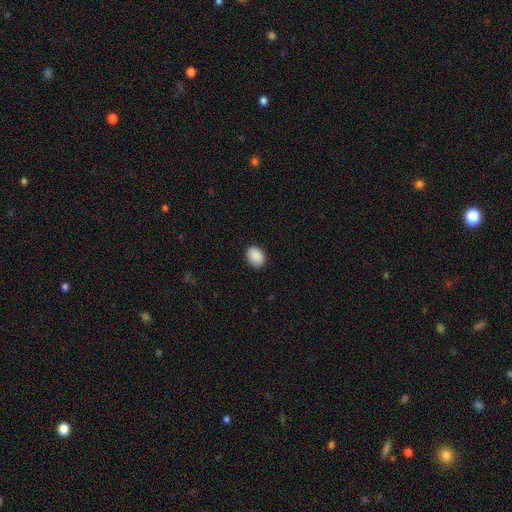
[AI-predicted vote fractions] Smooth or featured? Predicted: smooth (p=0.90). How rounded? Predicted: in between (p=0.65). Merging? Predicted: none (p=0.89).